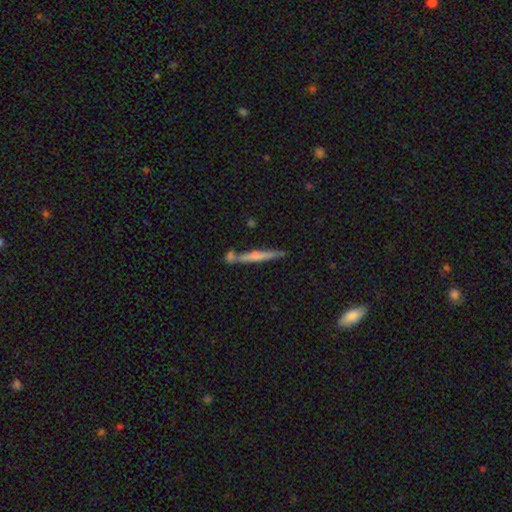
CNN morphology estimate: Smooth or featured? featured or disk (66%)
Edge-on disk? yes (97%)
Edge-on bulge? rounded (69%)
Merging? none (76%)